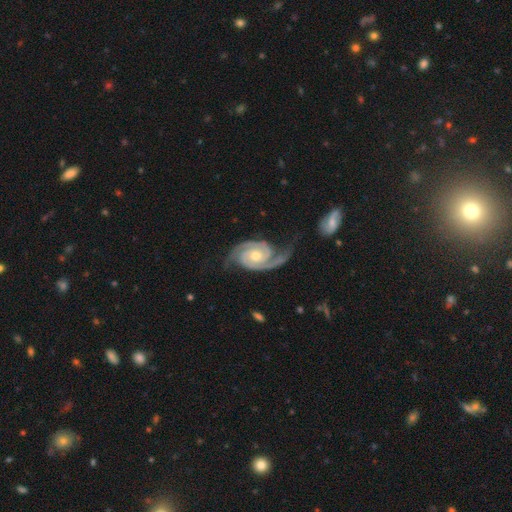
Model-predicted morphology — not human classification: A featured or disk galaxy (93%) with no bar (69%), 2 (91%) tight (54%) spiral arms (99%) and a moderate central bulge (54%). Merging: none (71%).